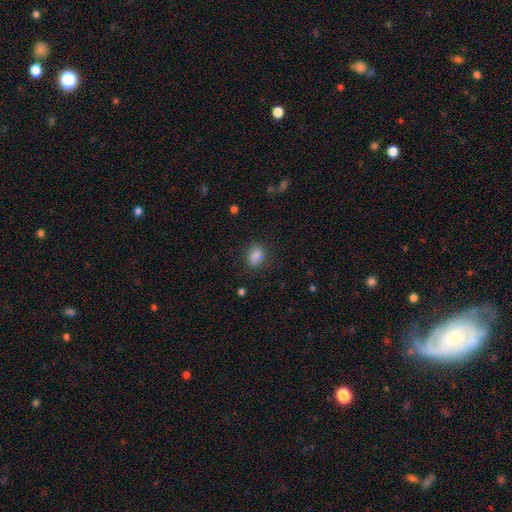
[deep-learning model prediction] smooth 86%, star or artifact 10%, featured or disk 4%. Down the decision tree: how rounded — in between (62%); merging — none (80%).